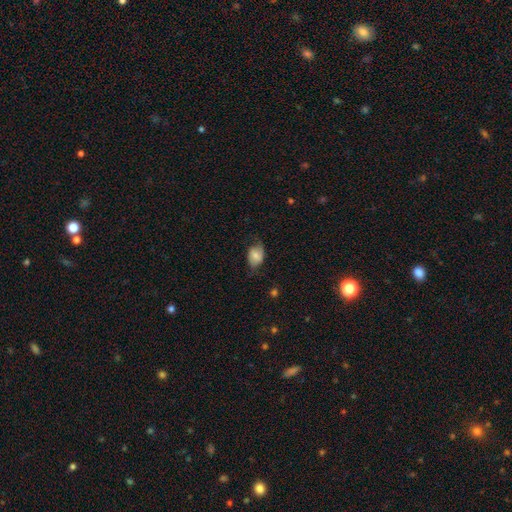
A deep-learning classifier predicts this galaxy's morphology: type=smooth (65%); roundness=in between (78%); merging=none (59%).